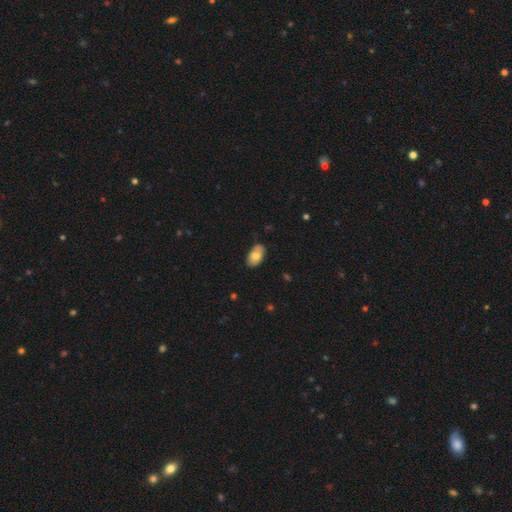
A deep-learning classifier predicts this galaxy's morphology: Smooth or featured: smooth — 75% (featured or disk — 18%)
How rounded: in between — 93% (round — 6%)
Merging: none — 77% (minor disturbance — 19%)